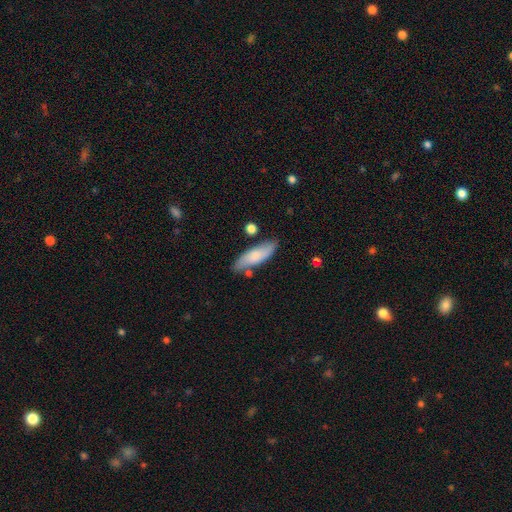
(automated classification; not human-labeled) A smooth galaxy with no disk features (71%) that is in between round and cigar-shaped (54%). Merging: none (76%).